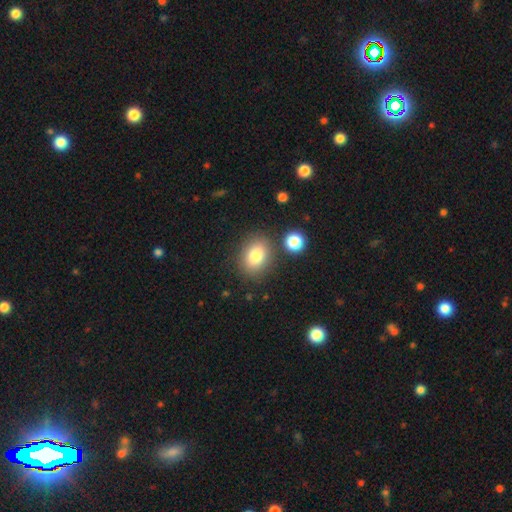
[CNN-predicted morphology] This is clearly a smooth galaxy (82%). How rounded: likely in between (64%). Merging: likely none (79%).